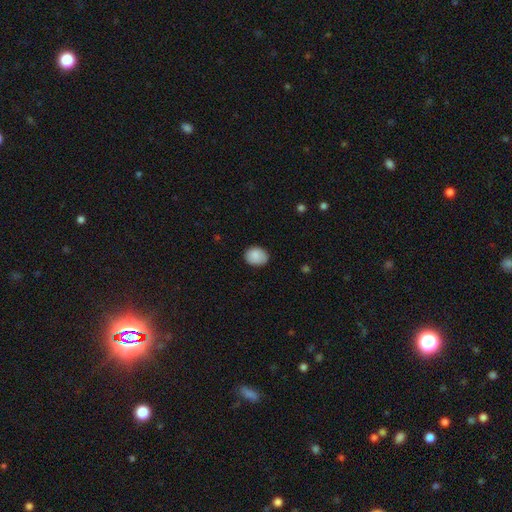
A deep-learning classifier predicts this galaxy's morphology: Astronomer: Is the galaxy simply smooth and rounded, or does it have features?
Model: smooth — 88%.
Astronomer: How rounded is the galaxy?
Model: in between — 50% (runner-up: round, 49%).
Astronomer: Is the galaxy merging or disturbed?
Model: none — 82%.